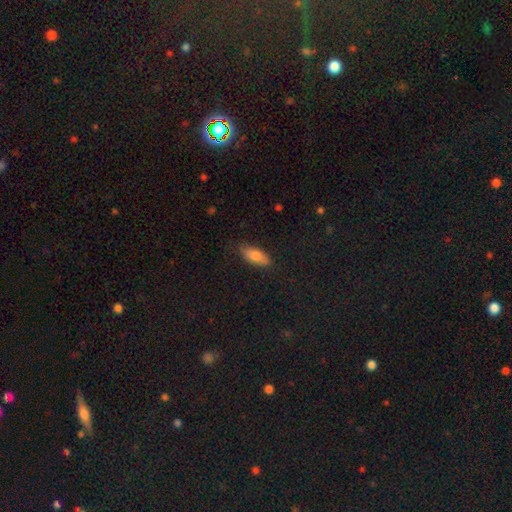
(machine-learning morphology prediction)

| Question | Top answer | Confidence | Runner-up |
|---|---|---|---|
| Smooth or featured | smooth | 81% | featured or disk (13%) |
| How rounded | in between | 80% | cigar-shaped (18%) |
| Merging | none | 79% | minor disturbance (16%) |